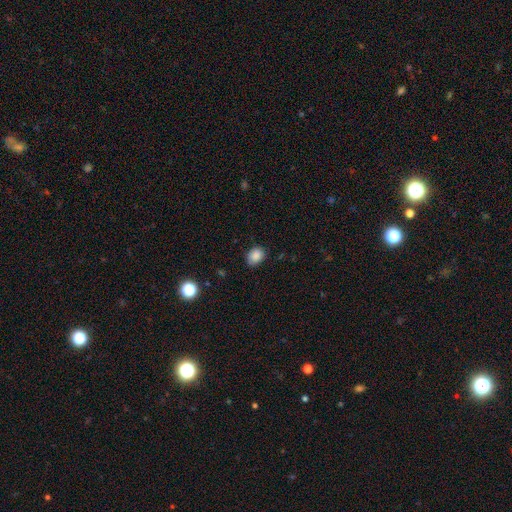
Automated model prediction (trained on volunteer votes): Q: Smooth or featured?
A: smooth (86%); runner-up: star or artifact (9%)
Q: How rounded?
A: in between (59%); runner-up: round (40%)
Q: Merging?
A: none (78%); runner-up: minor disturbance (18%)